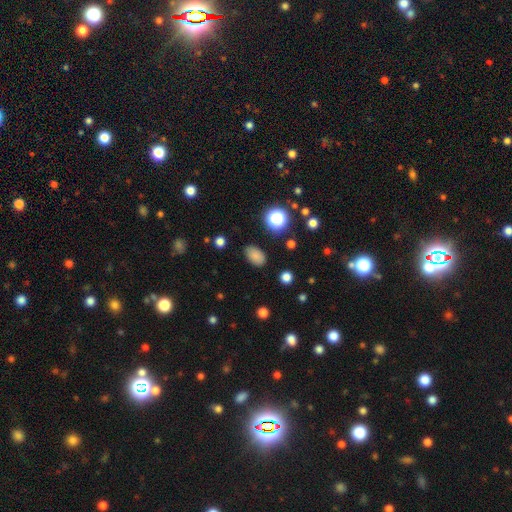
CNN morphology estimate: This appears to be a smooth galaxy with no disk features (82%) that is in between round and cigar-shaped (87%). Merging: none (84%).